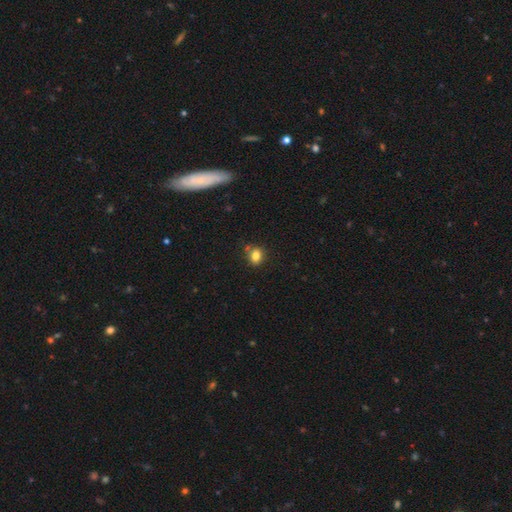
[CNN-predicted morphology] A smooth galaxy with no disk features (81%) that is round (53%).

Vote fractions:
- Smooth or featured? smooth: 81% / star or artifact: 12% / featured or disk: 7%
- How rounded? round: 53% / in between: 45% / cigar-shaped: 1%
- Merging? none: 74% / minor disturbance: 16% / merger: 7% / major disturbance: 3%